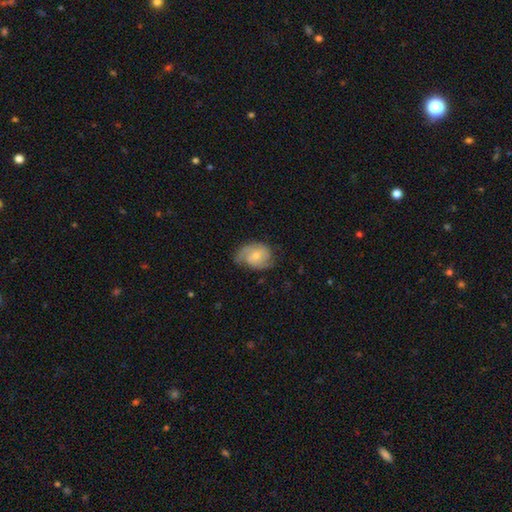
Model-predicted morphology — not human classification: smooth-or-featured: featured or disk: 60% | smooth: 34% | star or artifact: 6%
  disk-edge-on: no: 97% | yes: 3%
    bar: no: 70% | weak: 26% | strong: 4%
    has-spiral-arms: yes: 89% | no: 11%
      spiral-winding: medium: 41% | tight: 38% | loose: 21%
      spiral-arm-count: 2: 57% | can't tell: 17% | 1: 16% | 3: 7% | 4: 2% | more than 4: 2%
    bulge-size: small: 49% | moderate: 42% | none: 4% | large: 3% | dominant: 1%
  merging: none: 57% | minor disturbance: 28% | major disturbance: 13% | merger: 1%